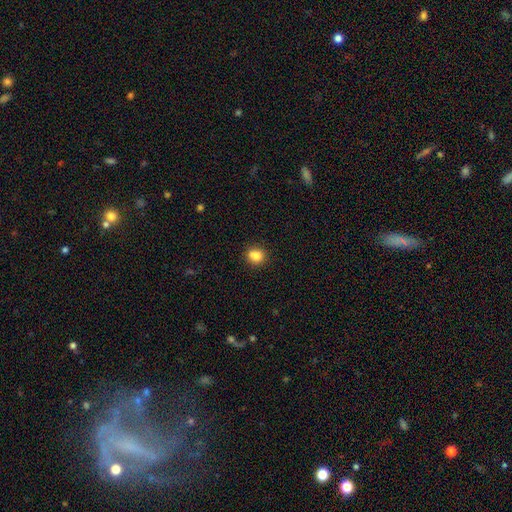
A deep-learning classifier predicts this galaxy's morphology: smooth 82%, star or artifact 11%, featured or disk 7%. Down the decision tree: how rounded — round (74%); merging — none (73%).